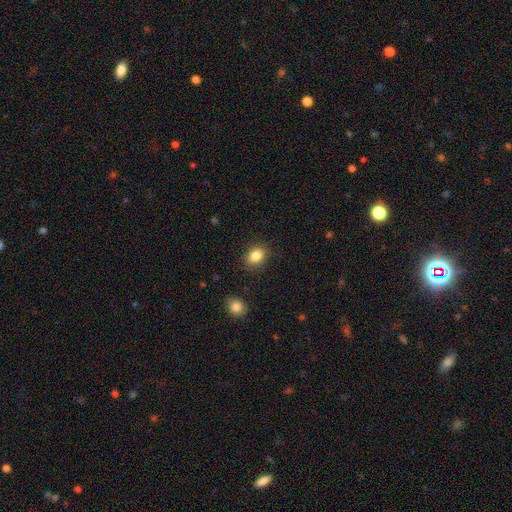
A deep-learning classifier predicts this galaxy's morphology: This is clearly a smooth galaxy (84%). How rounded: likely in between (67%). Merging: clearly none (86%).